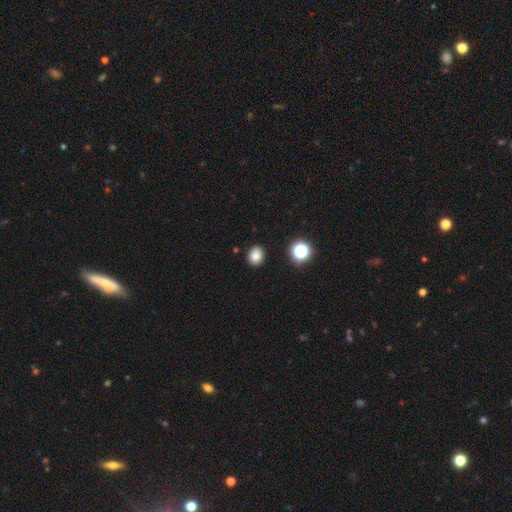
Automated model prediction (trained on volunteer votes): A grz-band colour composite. It shows a smooth galaxy with no disk features (82%) that is round (60%). Merging: none (88%).